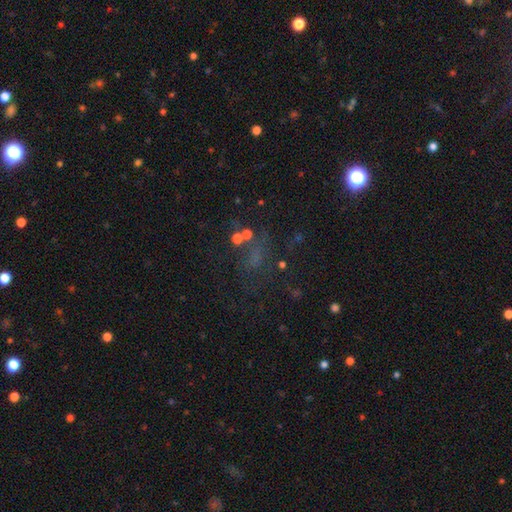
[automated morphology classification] type=star or artifact (47%).